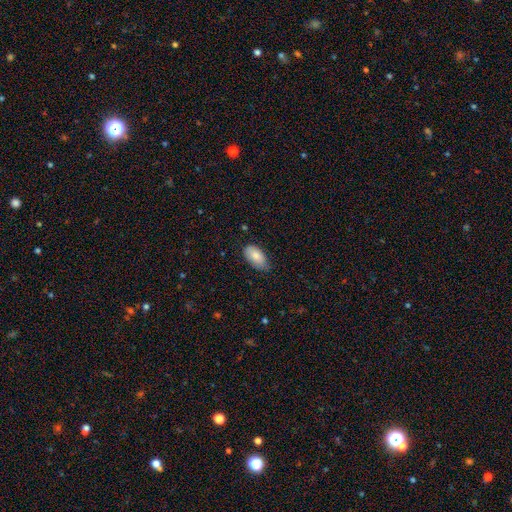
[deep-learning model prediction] A smooth galaxy with no disk features (83%) that is in between round and cigar-shaped (95%).

Vote fractions:
- Smooth or featured? smooth: 83% / featured or disk: 11% / star or artifact: 6%
- How rounded? in between: 95% / round: 3% / cigar-shaped: 2%
- Merging? none: 68% / minor disturbance: 28% / major disturbance: 4% / merger: 1%